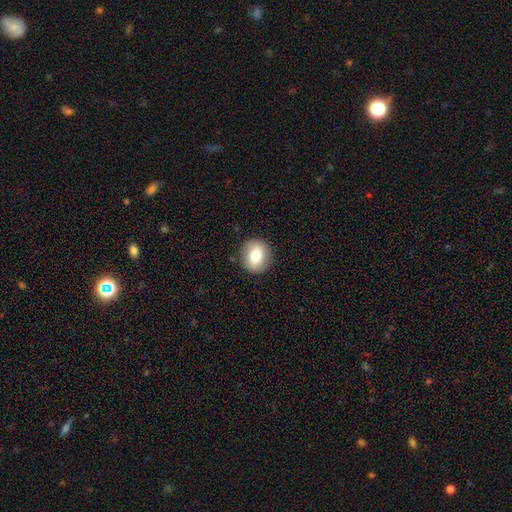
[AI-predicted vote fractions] The model was most divided on "how rounded": round: 80%, in between: 19%, cigar-shaped: 1%. More confident: merging — none (89%); smooth or featured — smooth (76%).